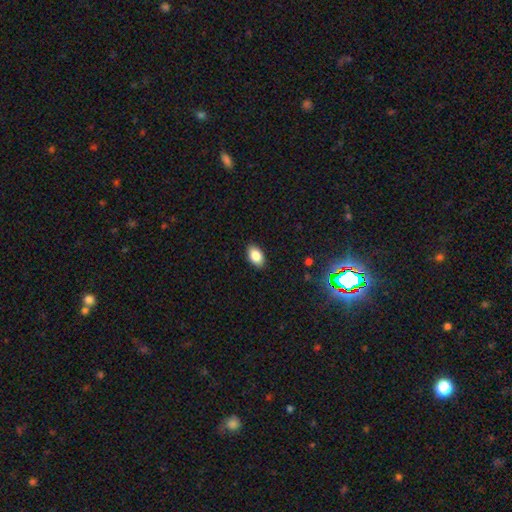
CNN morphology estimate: A smooth galaxy with no disk features (85%) that is in between round and cigar-shaped (91%). Merging: none (89%).